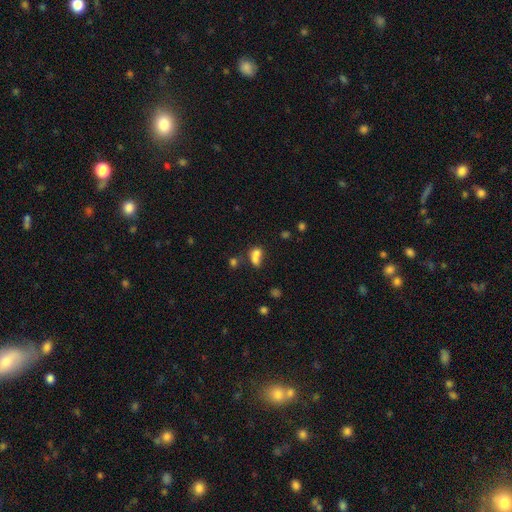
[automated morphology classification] This is likely a smooth galaxy (71%). How rounded: possibly in between (58%). Merging: likely merger (61%).